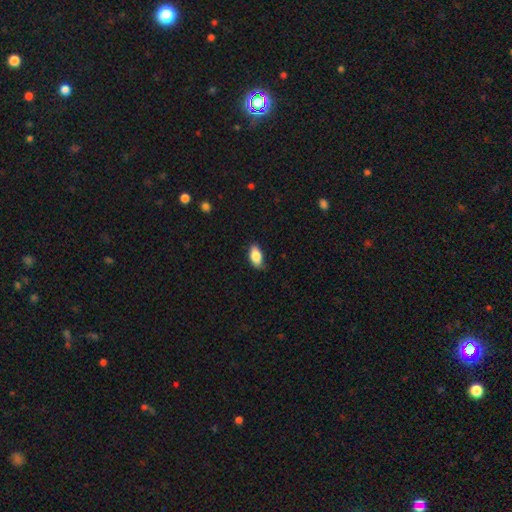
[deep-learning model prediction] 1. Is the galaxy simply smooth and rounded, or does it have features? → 86% smooth, 7% featured or disk, 7% star or artifact.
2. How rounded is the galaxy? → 90% in between, 6% cigar-shaped, 3% round.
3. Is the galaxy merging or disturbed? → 79% none, 17% minor disturbance, 3% major disturbance, 1% merger.